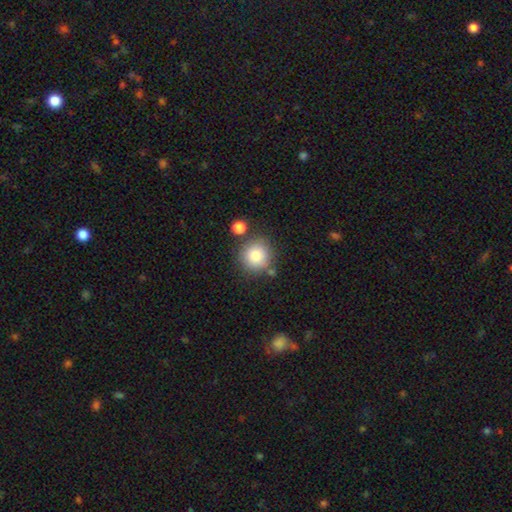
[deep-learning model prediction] This is clearly a smooth galaxy (81%). How rounded: clearly round (92%). Merging: likely none (76%).